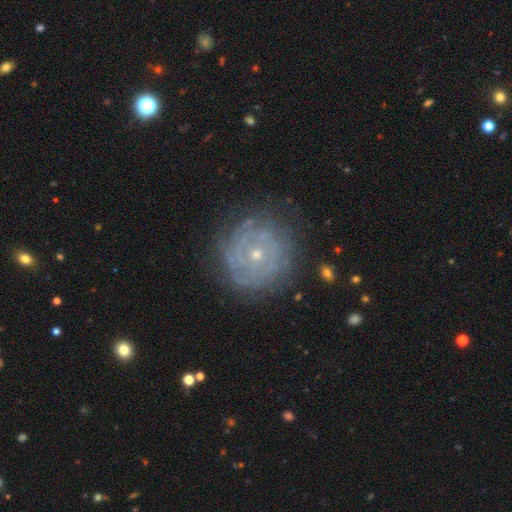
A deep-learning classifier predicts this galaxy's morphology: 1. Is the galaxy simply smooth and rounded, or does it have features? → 72% featured or disk, 17% smooth, 11% star or artifact.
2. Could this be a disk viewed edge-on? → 97% no, 3% yes.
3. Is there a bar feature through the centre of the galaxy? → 81% no, 15% weak, 4% strong.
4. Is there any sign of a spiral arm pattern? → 84% yes, 16% no.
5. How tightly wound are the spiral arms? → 80% tight, 15% medium, 5% loose.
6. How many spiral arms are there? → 48% can't tell, 17% 2, 11% 3, 9% 4, 7% more than 4, 6% 1.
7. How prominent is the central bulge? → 71% small, 26% moderate, 1% large, 1% none, 1% dominant.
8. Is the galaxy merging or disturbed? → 81% none, 12% minor disturbance, 5% major disturbance, 1% merger.